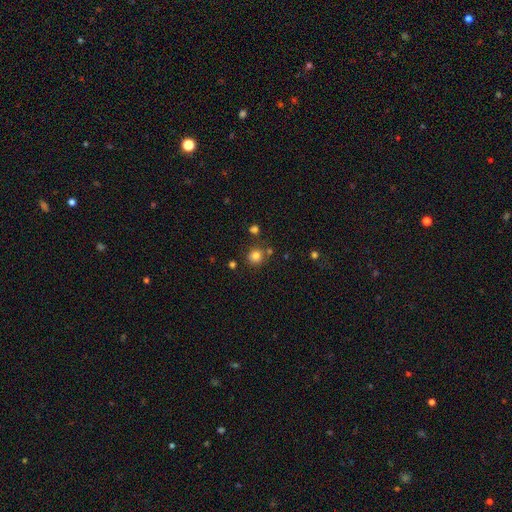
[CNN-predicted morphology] Overall: smooth (81%). How rounded: round (91%). Merging: none (79%).